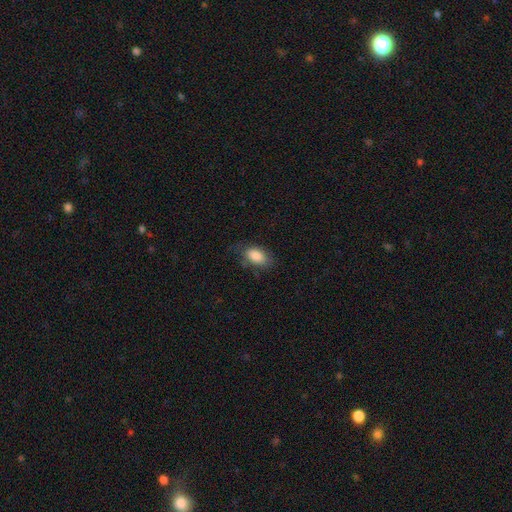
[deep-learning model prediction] Overall: smooth (86%). How rounded: in between (91%). Merging: none (70%).